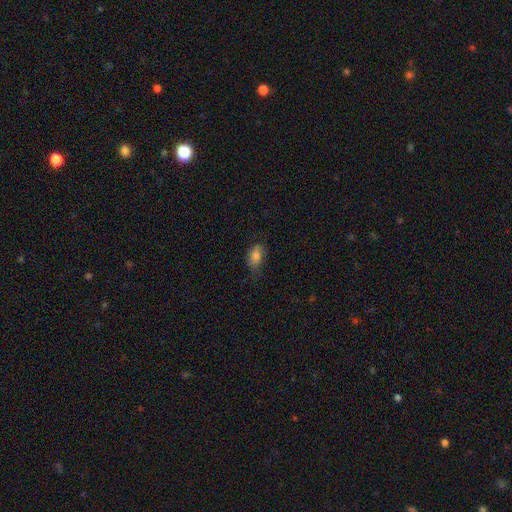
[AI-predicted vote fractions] smooth 80%, featured or disk 10%, star or artifact 9%. Down the decision tree: how rounded — in between (86%); merging — none (58%).